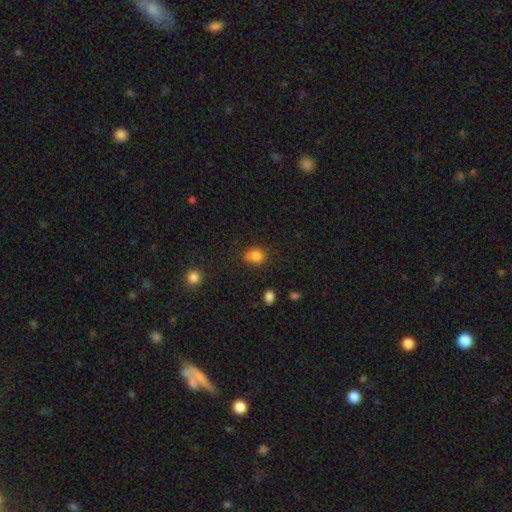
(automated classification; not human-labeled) smooth-or-featured: smooth: 82% | star or artifact: 12% | featured or disk: 6%
  how-rounded: round: 61% | in between: 38% | cigar-shaped: 1%
  merging: none: 65% | minor disturbance: 21% | merger: 9% | major disturbance: 5%